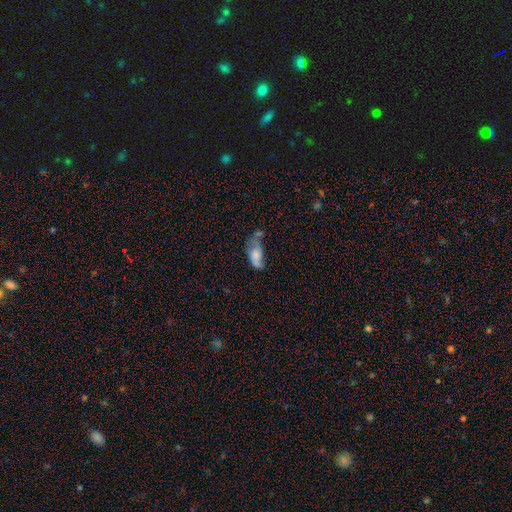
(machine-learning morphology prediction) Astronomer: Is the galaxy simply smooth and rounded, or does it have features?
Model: smooth — 54% (runner-up: featured or disk, 36%).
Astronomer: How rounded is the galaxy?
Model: in between — 85%.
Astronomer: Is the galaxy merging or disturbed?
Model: minor disturbance — 28%, tied with major disturbance at 28%.